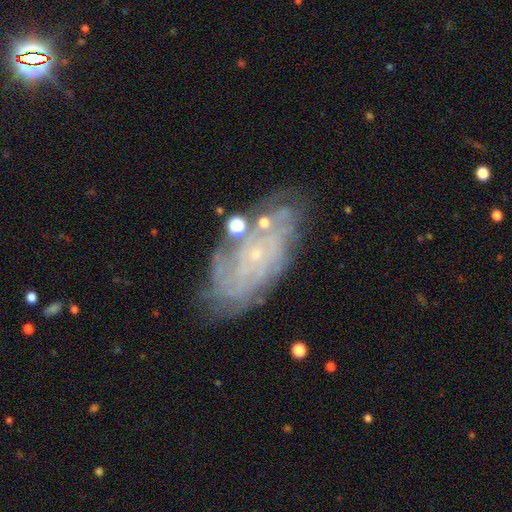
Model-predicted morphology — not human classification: This appears to be a featured or disk galaxy (79%) with no bar (79%), tight (77%) spiral arms (92%) and a small central bulge (87%). Merging: none (72%).